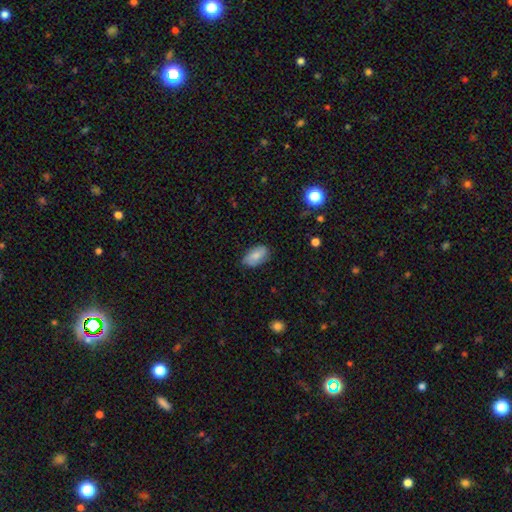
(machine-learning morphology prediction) Smooth or featured: smooth — 68% (featured or disk — 24%)
How rounded: in between — 93% (round — 5%)
Merging: none — 74% (minor disturbance — 21%)